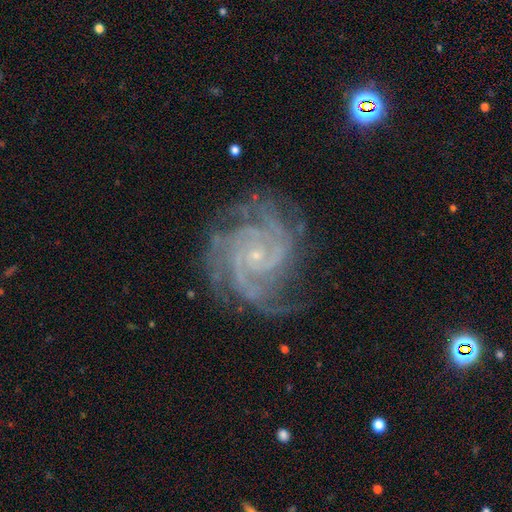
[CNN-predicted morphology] type=featured or disk (91%); edge-on=no (98%); bar=no (73%); spiral arms=yes (99%); winding=tight (64%); arm count=3 (26%); bulge=small (88%); merging=none (73%).